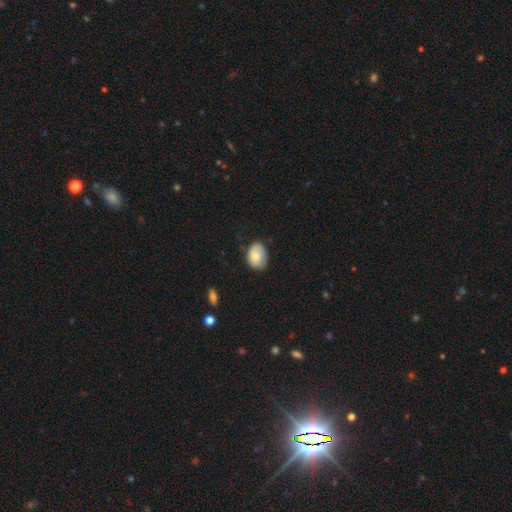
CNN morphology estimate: A smooth galaxy with no disk features (76%) that is in between round and cigar-shaped (78%). Merging: none (64%).